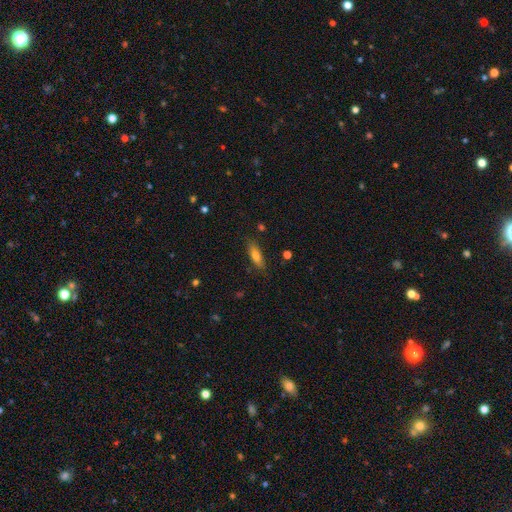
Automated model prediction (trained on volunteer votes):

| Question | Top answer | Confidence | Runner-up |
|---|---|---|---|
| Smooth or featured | smooth | 73% | featured or disk (19%) |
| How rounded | in between | 50% | cigar-shaped (47%) |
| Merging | none | 81% | minor disturbance (14%) |